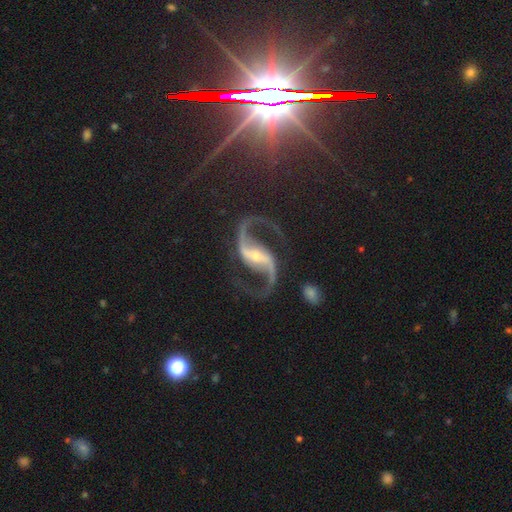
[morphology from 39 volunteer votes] Q: Smooth or featured?
A: featured or disk (90%); runner-up: smooth (8%)
Q: Edge-on disk?
A: no (94%); runner-up: yes (6%)
Q: Bar?
A: strong (52%); runner-up: weak (36%)
Q: Spiral arms?
A: yes (100%)
Q: Spiral winding?
A: loose (52%); runner-up: medium (45%)
Q: Spiral arm count?
A: 2 (100%)
Q: Bulge size?
A: small (67%); runner-up: moderate (30%)
Q: Merging?
A: none (79%); runner-up: major disturbance (11%)